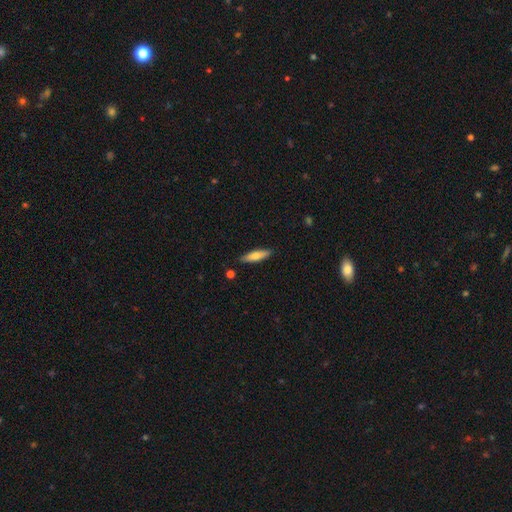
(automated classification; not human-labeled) smooth 68%, featured or disk 26%, star or artifact 6%. Down the decision tree: how rounded — cigar-shaped (68%); merging — none (87%).